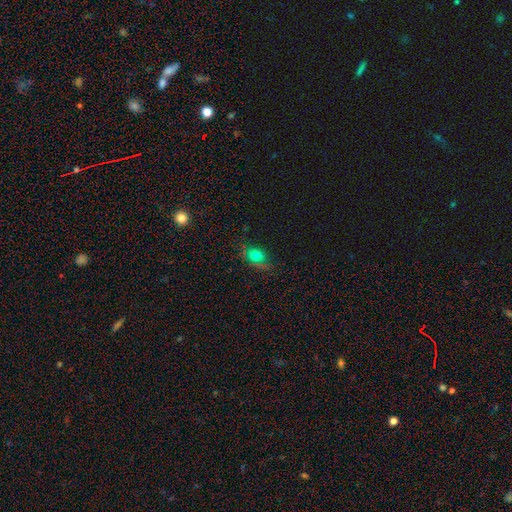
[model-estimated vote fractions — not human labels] Smooth or featured? Predicted: smooth (p=0.67). How rounded? Predicted: in between (p=0.60). Merging? Predicted: none (p=0.66).